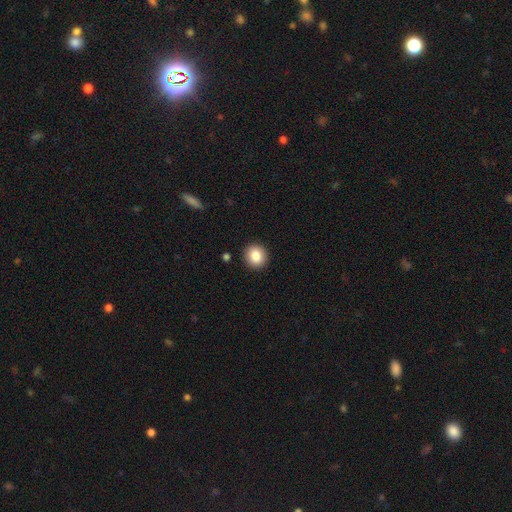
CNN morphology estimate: Smooth or featured? smooth (85%)
How rounded? round (87%)
Merging? none (91%)